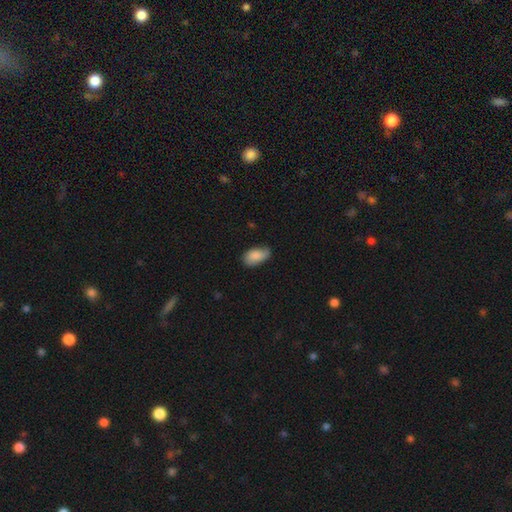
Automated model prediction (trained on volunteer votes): Overall: smooth (80%). How rounded: in between (93%). Merging: none (60%; minor disturbance 31%).